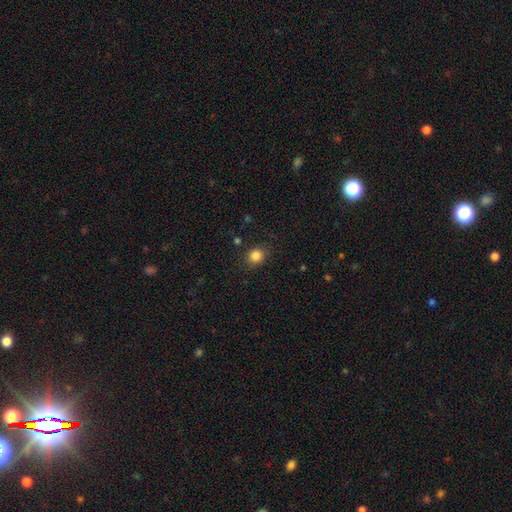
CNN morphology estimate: Smooth or featured: smooth — 84% (star or artifact — 12%)
How rounded: round — 80% (in between — 19%)
Merging: none — 86% (minor disturbance — 9%)